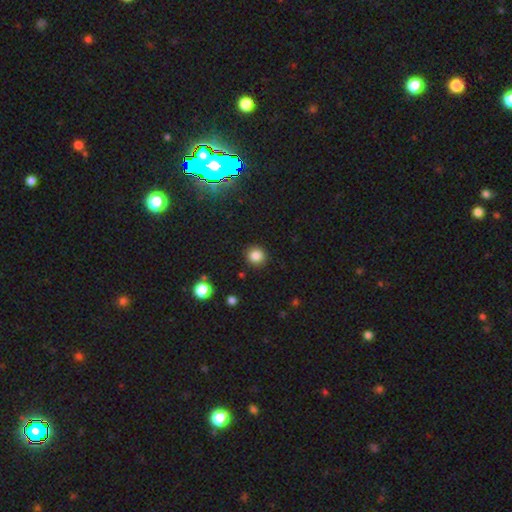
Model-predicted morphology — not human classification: The model was most divided on "smooth or featured": smooth: 84%, star or artifact: 12%, featured or disk: 4%. More confident: merging — none (91%); how rounded — round (91%).